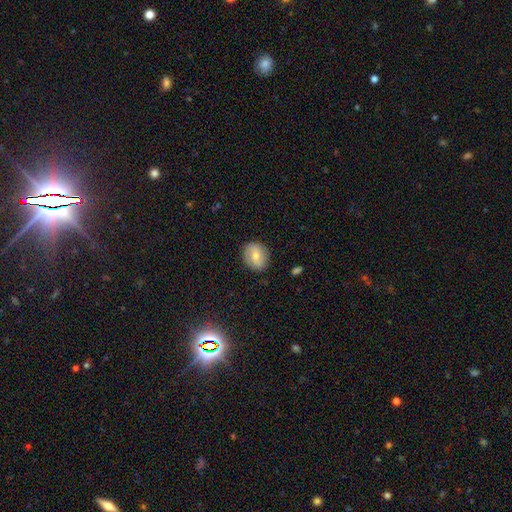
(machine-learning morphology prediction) A smooth galaxy with no disk features (65%) that is round (60%). Merging: none (85%).